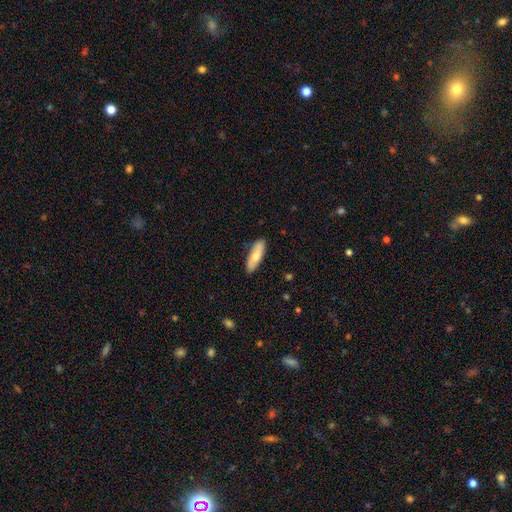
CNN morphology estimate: Smooth or featured?
  - smooth: 67% *
  - featured or disk: 28%
  - star or artifact: 5%
How rounded?
  - in between: 56% *
  - cigar-shaped: 42%
  - round: 2%
Merging?
  - none: 85% *
  - minor disturbance: 11%
  - major disturbance: 2%
  - merger: 1%